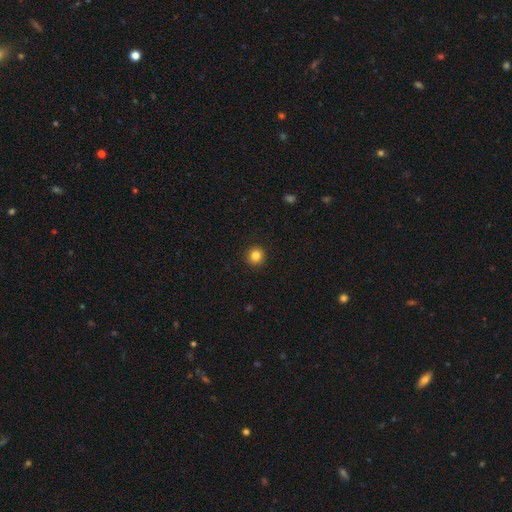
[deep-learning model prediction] A smooth galaxy with no disk features (83%) that is round (95%). Merging: none (93%).